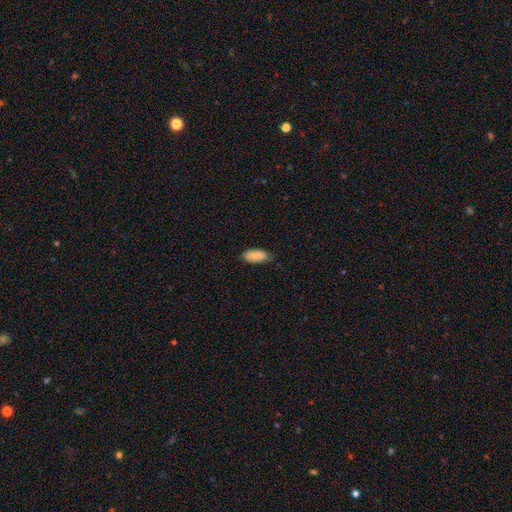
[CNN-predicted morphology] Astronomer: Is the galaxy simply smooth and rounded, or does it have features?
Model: smooth — 86%.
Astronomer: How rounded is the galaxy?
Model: in between — 89%.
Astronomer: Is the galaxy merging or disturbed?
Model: none — 76%.